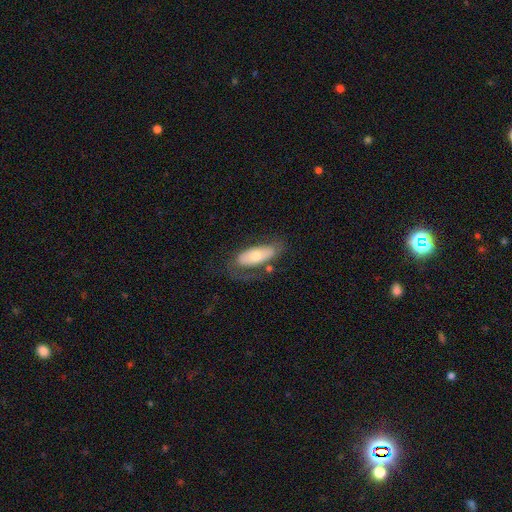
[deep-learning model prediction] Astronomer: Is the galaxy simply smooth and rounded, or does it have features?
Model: smooth — 58% (runner-up: featured or disk, 36%).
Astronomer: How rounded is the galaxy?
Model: in between — 80%.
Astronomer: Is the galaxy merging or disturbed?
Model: none — 53%.